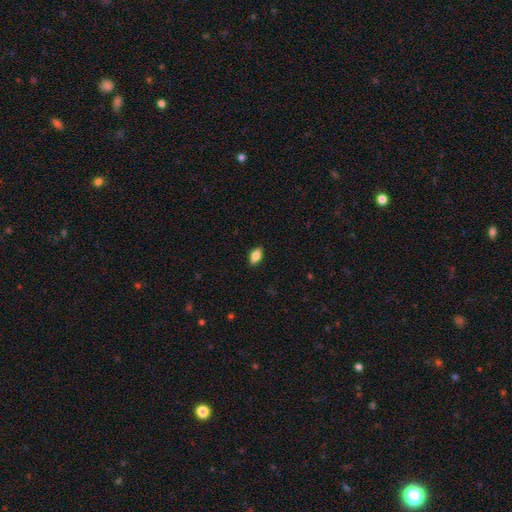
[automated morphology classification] Overall: smooth (79%). How rounded: in between (89%). Merging: none (88%).